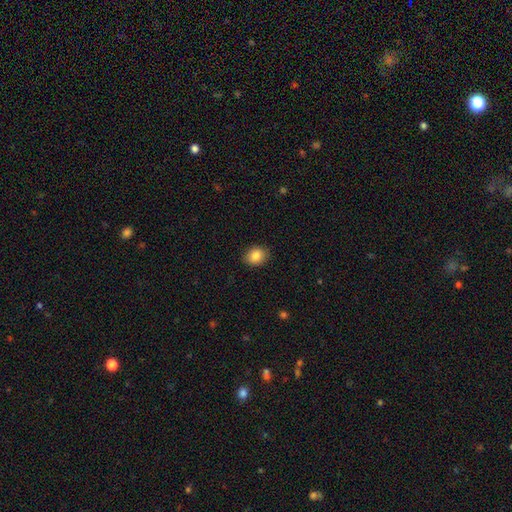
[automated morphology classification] This appears to be a smooth galaxy with no disk features (86%) that is round (58%). Merging: none (88%).